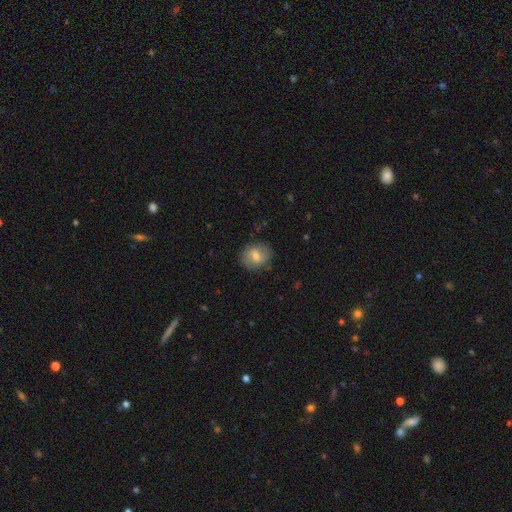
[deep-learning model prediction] Smooth or featured? smooth (65%)
How rounded? round (64%)
Merging? none (83%)